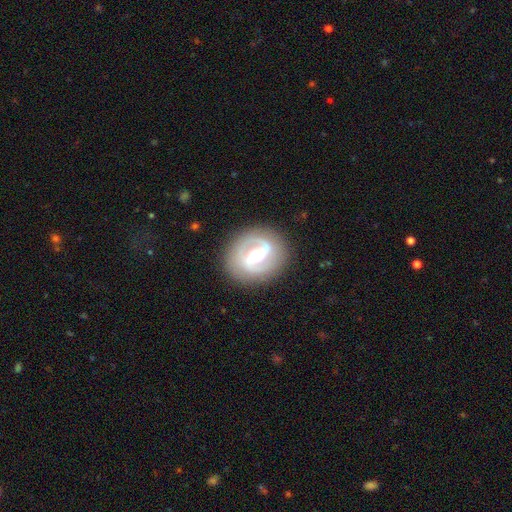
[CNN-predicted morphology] Smooth or featured? Predicted: featured or disk (p=0.85). Edge-on disk? Predicted: no (p=0.97). Bar? Predicted: strong (p=0.47). Spiral arms? Predicted: yes (p=0.88). Spiral winding? Predicted: medium (p=0.47). Spiral arm count? Predicted: 2 (p=0.87). Bulge size? Predicted: moderate (p=0.71). Merging? Predicted: none (p=0.85).